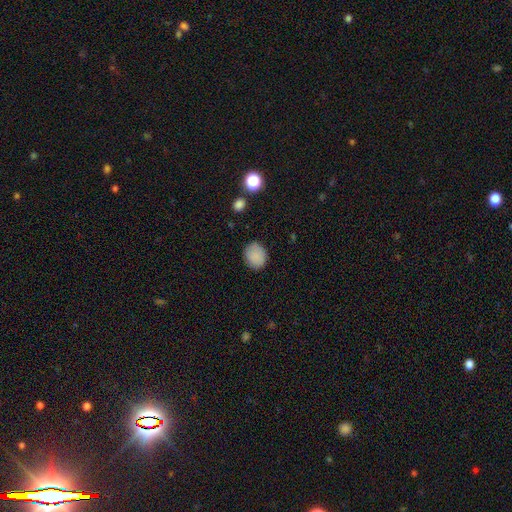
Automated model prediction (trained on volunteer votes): Q: Smooth or featured?
A: smooth (87%); runner-up: star or artifact (9%)
Q: How rounded?
A: round (65%); runner-up: in between (34%)
Q: Merging?
A: none (85%); runner-up: minor disturbance (11%)